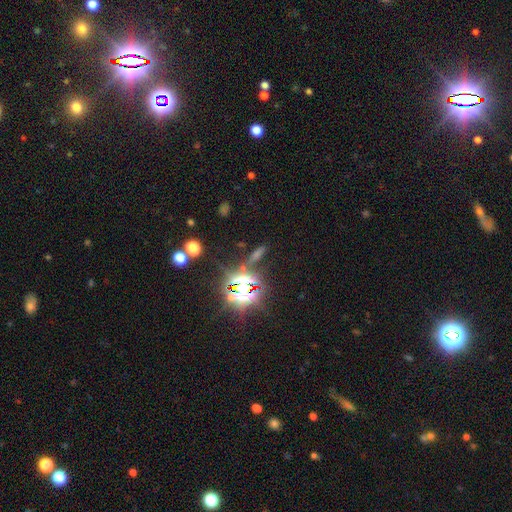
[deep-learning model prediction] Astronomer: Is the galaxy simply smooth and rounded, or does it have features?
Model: star or artifact — 68%.